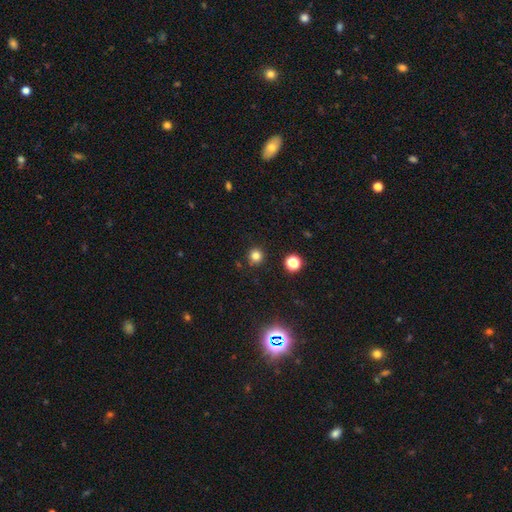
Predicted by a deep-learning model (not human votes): smooth_or_featured: smooth (p=0.80) [alt: star or artifact p=0.15]
how_rounded: round (p=0.94) [alt: in between p=0.05]
merging: none (p=0.88) [alt: minor disturbance p=0.07]